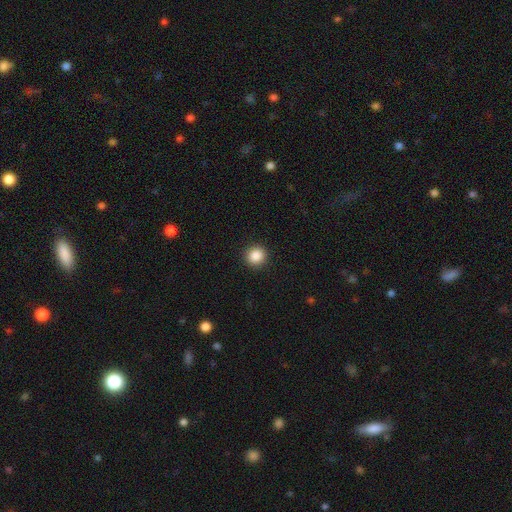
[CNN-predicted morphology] This is clearly a smooth galaxy (87%). How rounded: clearly round (91%). Merging: clearly none (92%).